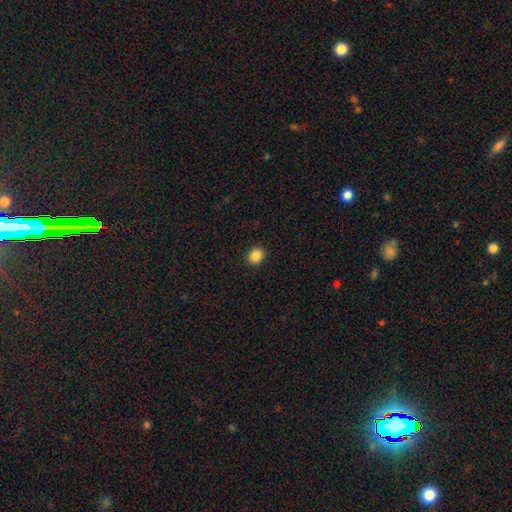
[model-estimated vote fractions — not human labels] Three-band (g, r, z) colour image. It shows a smooth galaxy with no disk features (86%) that is round (68%). Merging: none (91%).